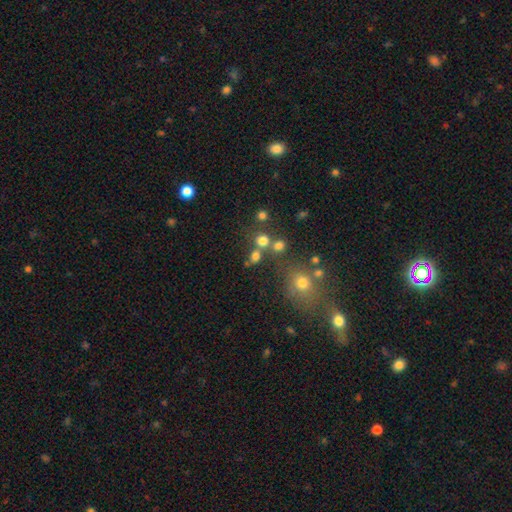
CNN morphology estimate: A smooth galaxy with no disk features (72%) that is round (74%).

Vote fractions:
- Smooth or featured? smooth: 72% / star or artifact: 18% / featured or disk: 10%
- How rounded? round: 74% / in between: 25% / cigar-shaped: 2%
- Merging? none: 57% / merger: 29% / minor disturbance: 9% / major disturbance: 5%